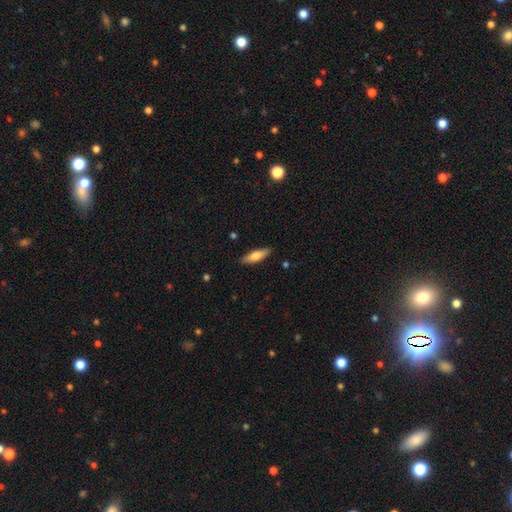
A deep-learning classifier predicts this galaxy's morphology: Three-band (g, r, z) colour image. It shows a smooth galaxy with no disk features (71%) that is cigar-shaped (53%). Merging: none (88%).